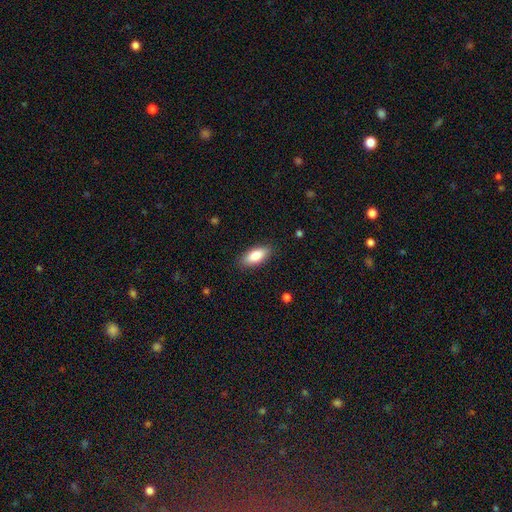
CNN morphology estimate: A smooth galaxy with no disk features (84%) that is in between round and cigar-shaped (82%).

Vote fractions:
- Smooth or featured? smooth: 84% / featured or disk: 10% / star or artifact: 6%
- How rounded? in between: 82% / cigar-shaped: 15% / round: 2%
- Merging? none: 87% / minor disturbance: 10% / major disturbance: 2% / merger: 1%